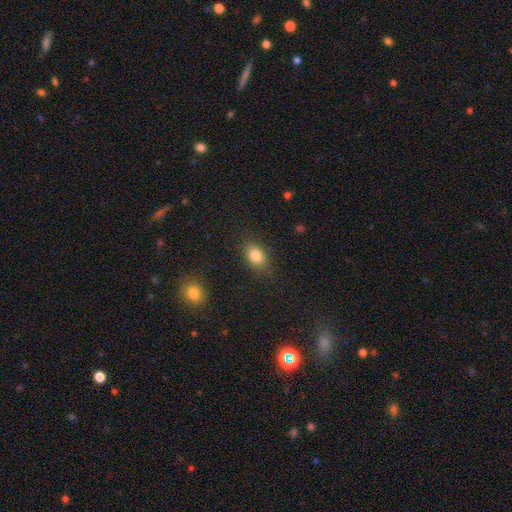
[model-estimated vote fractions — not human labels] Smooth or featured?
  - smooth: 82% *
  - star or artifact: 10%
  - featured or disk: 7%
How rounded?
  - in between: 76% *
  - round: 22%
  - cigar-shaped: 2%
Merging?
  - none: 84% *
  - minor disturbance: 12%
  - major disturbance: 3%
  - merger: 1%